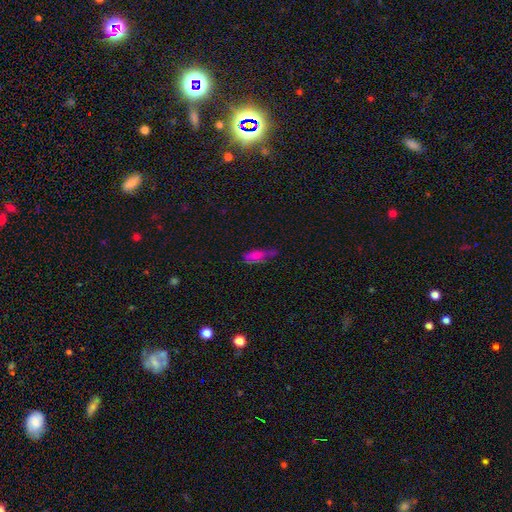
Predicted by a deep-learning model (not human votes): smooth-or-featured: smooth: 66% | featured or disk: 18% | star or artifact: 16%
  how-rounded: in between: 73% | cigar-shaped: 23% | round: 4%
  merging: none: 40% | minor disturbance: 36% | major disturbance: 19% | merger: 5%